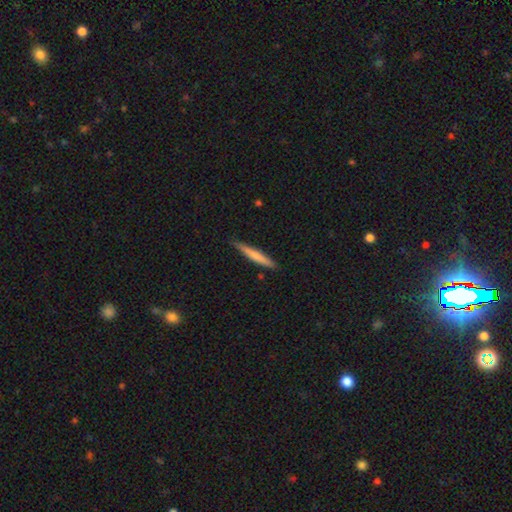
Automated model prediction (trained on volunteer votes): This is likely a smooth galaxy (65%). How rounded: clearly cigar-shaped (95%). Merging: clearly none (84%).